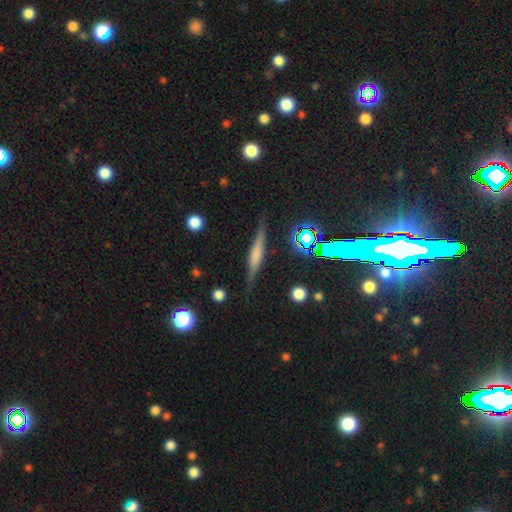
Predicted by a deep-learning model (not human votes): featured or disk 56%, smooth 34%, star or artifact 11%. Down the decision tree: edge-on disk — yes (95%); edge-on bulge — rounded (39%); merging — none (81%).